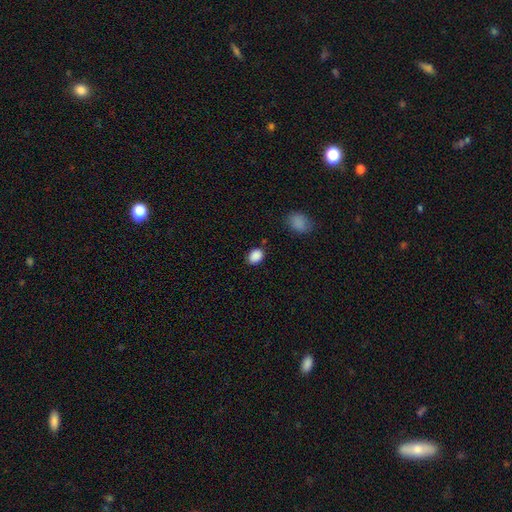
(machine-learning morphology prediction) smooth_or_featured: smooth (p=0.88) [alt: star or artifact p=0.09]
how_rounded: in between (p=0.66) [alt: round p=0.33]
merging: none (p=0.79) [alt: minor disturbance p=0.14]